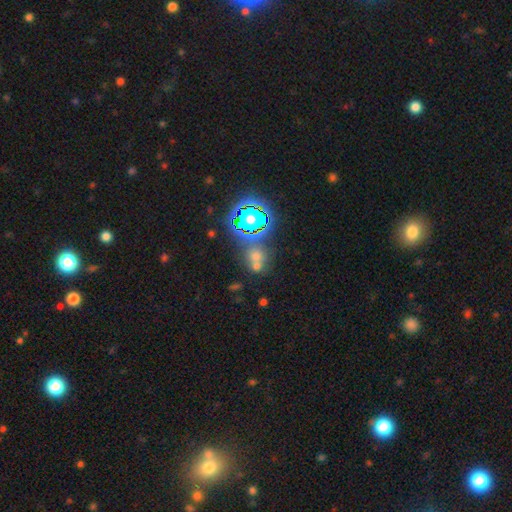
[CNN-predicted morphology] This is possibly a smooth galaxy (49%). Merging: possibly none (48%).